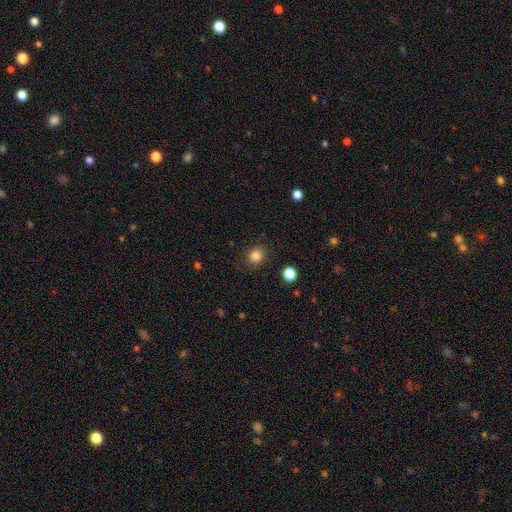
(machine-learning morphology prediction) Smooth or featured? smooth (84%)
How rounded? round (81%)
Merging? none (86%)